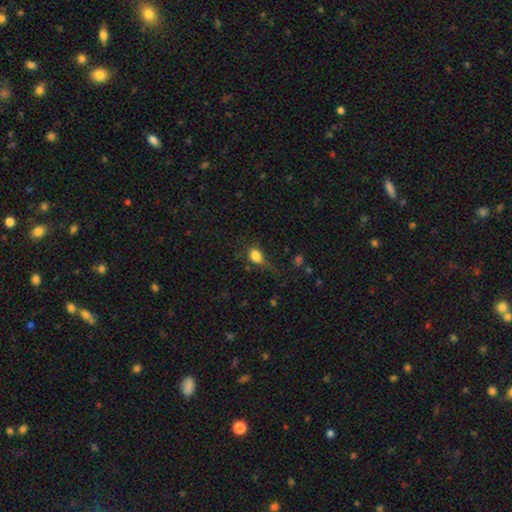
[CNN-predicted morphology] Smooth or featured?
  - smooth: 81% *
  - star or artifact: 11%
  - featured or disk: 8%
How rounded?
  - in between: 64% *
  - round: 33%
  - cigar-shaped: 3%
Merging?
  - none: 40% *
  - minor disturbance: 30%
  - major disturbance: 26%
  - merger: 4%